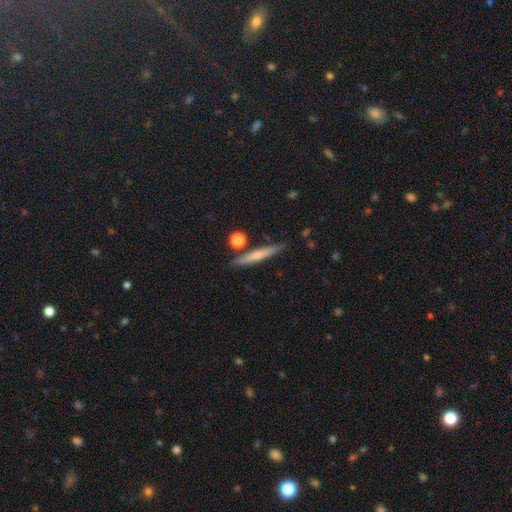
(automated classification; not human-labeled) This appears to be a smooth galaxy with no disk features (52%) that is cigar-shaped (93%). Merging: none (84%).